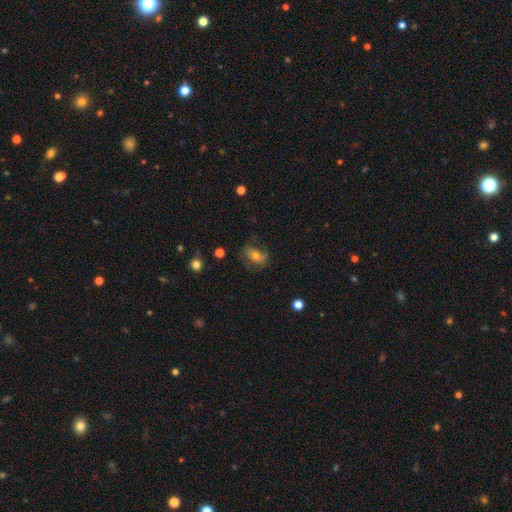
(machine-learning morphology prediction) smooth-or-featured: smooth: 58% | featured or disk: 31% | star or artifact: 11%
  how-rounded: in between: 77% | round: 16% | cigar-shaped: 6%
  merging: none: 62% | minor disturbance: 23% | major disturbance: 12% | merger: 2%